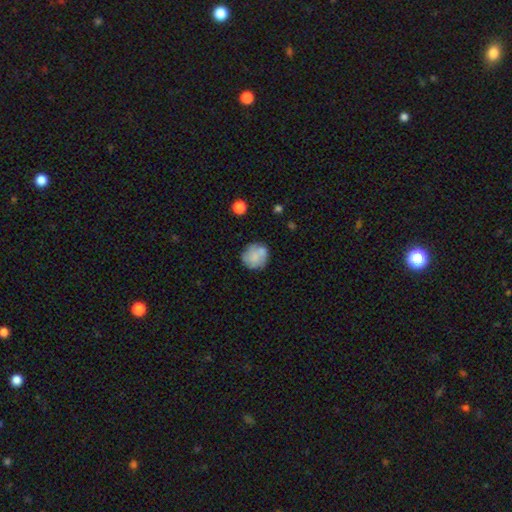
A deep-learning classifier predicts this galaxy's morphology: A smooth galaxy with no disk features (66%) that is round (87%).

Vote fractions:
- Smooth or featured? smooth: 66% / featured or disk: 26% / star or artifact: 8%
- How rounded? round: 87% / in between: 12% / cigar-shaped: 1%
- Merging? none: 65% / minor disturbance: 18% / merger: 10% / major disturbance: 7%